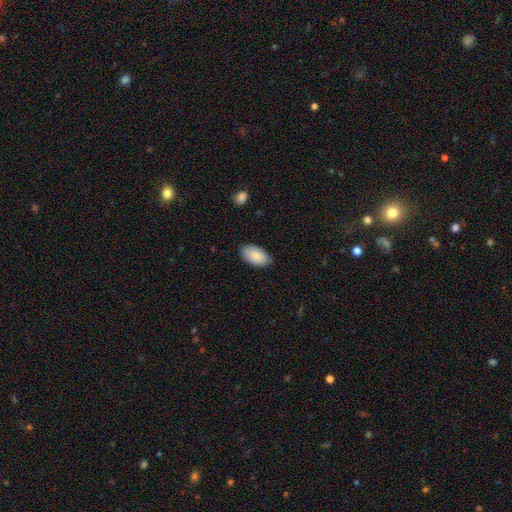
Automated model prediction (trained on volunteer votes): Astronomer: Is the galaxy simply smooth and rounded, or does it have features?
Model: smooth — 85%.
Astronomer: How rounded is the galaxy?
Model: in between — 95%.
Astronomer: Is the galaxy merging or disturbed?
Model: none — 85%.